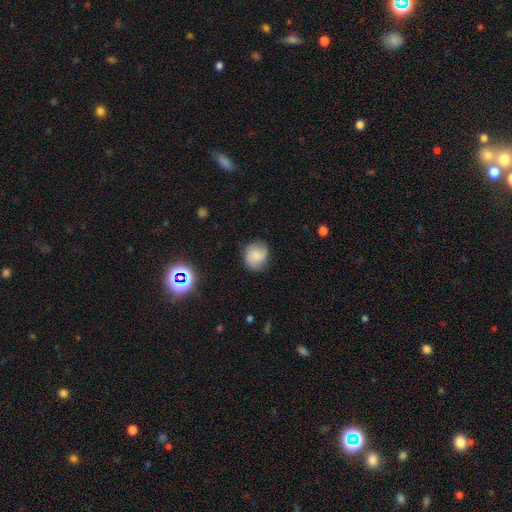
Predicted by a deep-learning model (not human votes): smooth-or-featured: smooth: 71% | featured or disk: 19% | star or artifact: 10%
  how-rounded: round: 81% | in between: 18% | cigar-shaped: 1%
  merging: none: 78% | minor disturbance: 17% | major disturbance: 4% | merger: 1%